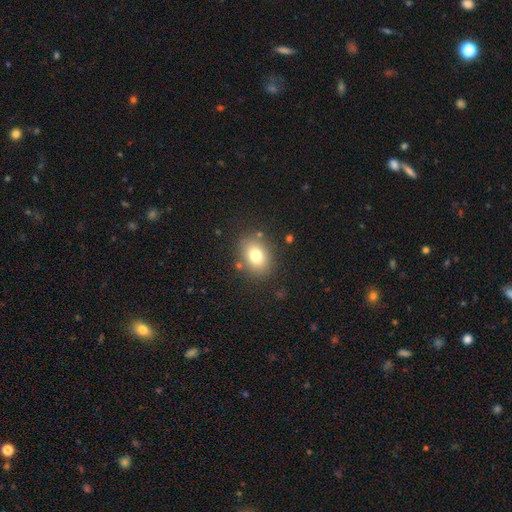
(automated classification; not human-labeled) Smooth or featured? smooth (76%)
How rounded? in between (64%)
Merging? none (83%)